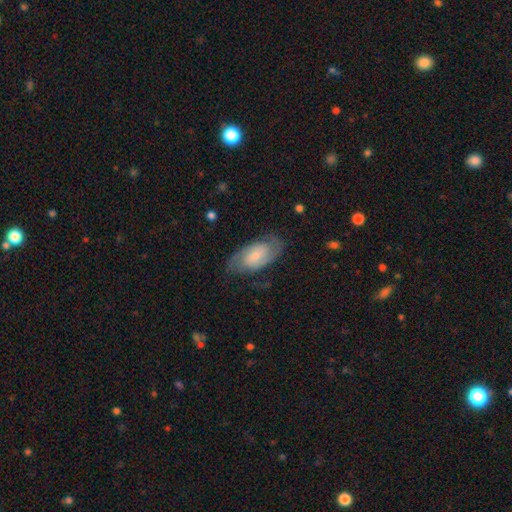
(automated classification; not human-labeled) The model was most divided on "bar": weak: 44%, no: 42%, strong: 14%. Remaining: edge-on disk — no (95%); spiral arms — yes (93%); spiral arm count — 2 (84%); merging — none (75%); smooth or featured — featured or disk (71%); bulge size — small (53%); spiral winding — medium (45%).